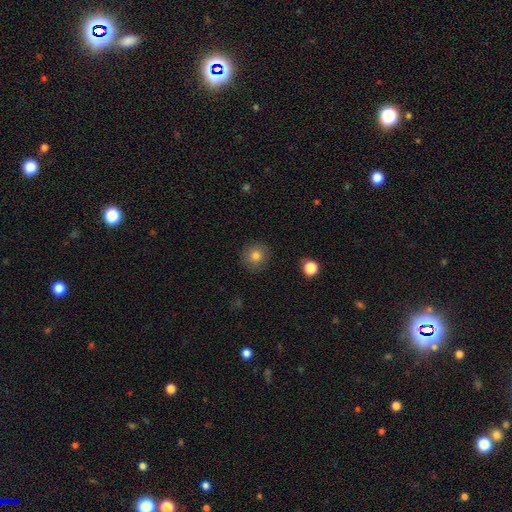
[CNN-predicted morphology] smooth 81%, star or artifact 11%, featured or disk 8%. Down the decision tree: how rounded — round (92%); merging — none (89%).